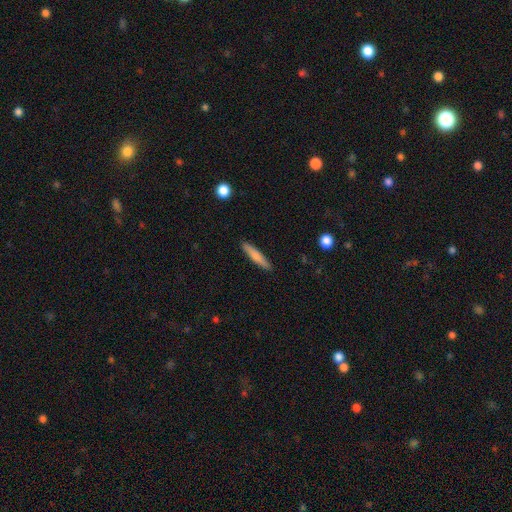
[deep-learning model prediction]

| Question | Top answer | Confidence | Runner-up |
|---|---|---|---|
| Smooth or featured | smooth | 74% | featured or disk (20%) |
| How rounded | cigar-shaped | 90% | in between (9%) |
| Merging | none | 90% | minor disturbance (7%) |